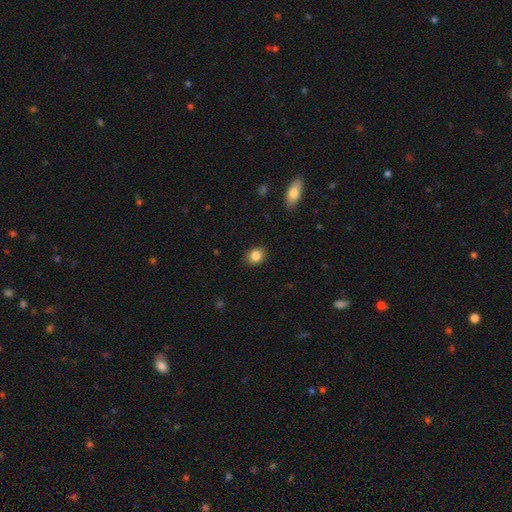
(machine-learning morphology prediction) A smooth galaxy with no disk features (85%) that is round (57%). Merging: none (85%).